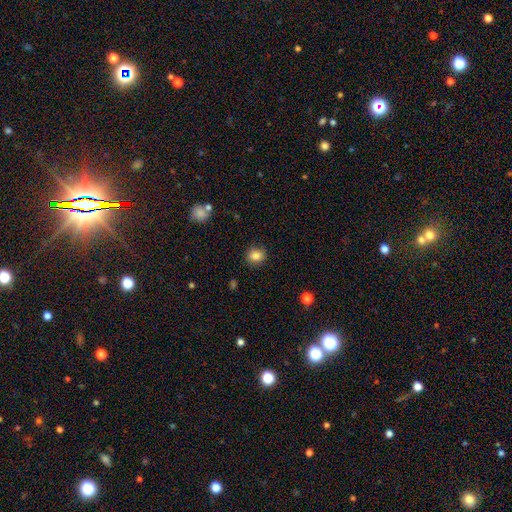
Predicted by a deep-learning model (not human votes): smooth_or_featured: smooth (p=0.83) [alt: star or artifact p=0.10]
how_rounded: round (p=0.74) [alt: in between p=0.25]
merging: none (p=0.86) [alt: minor disturbance p=0.10]